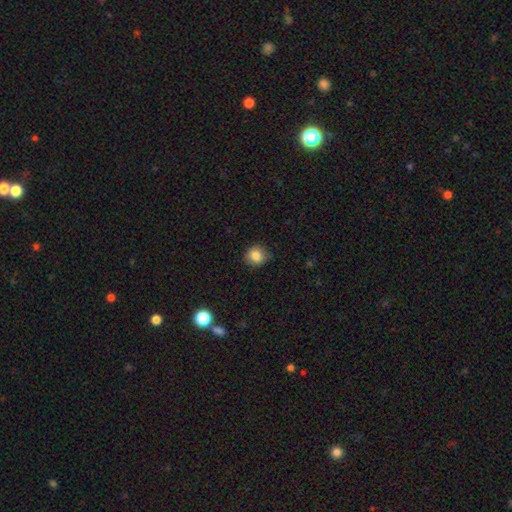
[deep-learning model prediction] Smooth or featured? Predicted: smooth (p=0.83). How rounded? Predicted: round (p=0.80). Merging? Predicted: none (p=0.76).